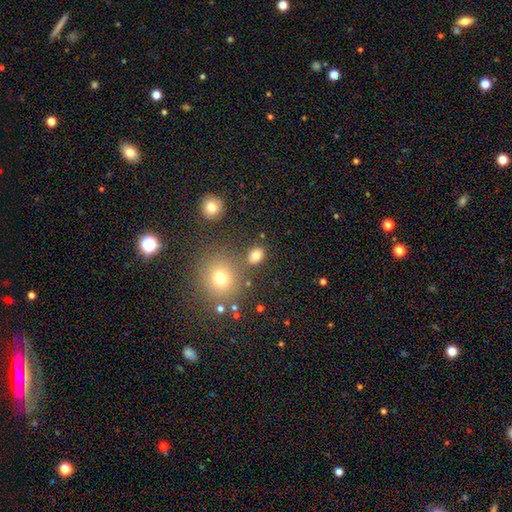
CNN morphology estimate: Smooth or featured?
  - smooth: 78% *
  - star or artifact: 15%
  - featured or disk: 7%
How rounded?
  - in between: 52% *
  - round: 47%
  - cigar-shaped: 1%
Merging?
  - none: 78% *
  - minor disturbance: 10%
  - merger: 8%
  - major disturbance: 4%